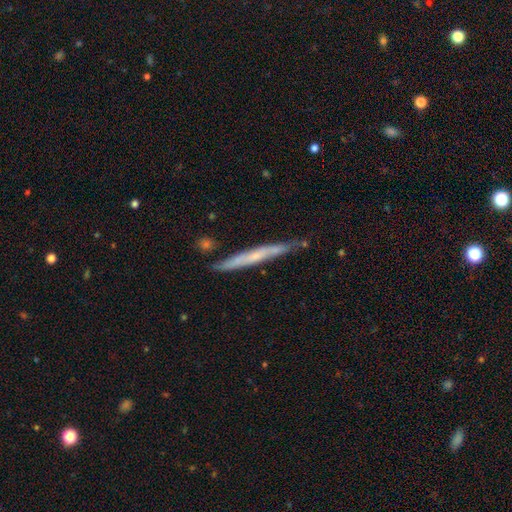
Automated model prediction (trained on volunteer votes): A featured or disk galaxy (54%) viewed edge-on (91%).

Vote fractions:
- Smooth or featured? featured or disk: 54% / smooth: 40% / star or artifact: 6%
- Edge-on disk? yes: 91% / no: 9%
- Merging? none: 75% / minor disturbance: 18% / merger: 4% / major disturbance: 3%